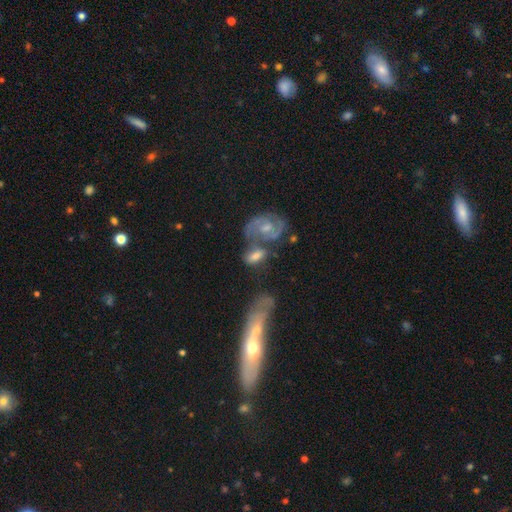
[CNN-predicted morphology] This is possibly a featured or disk galaxy (49%). Merging: marginally merger (39%).